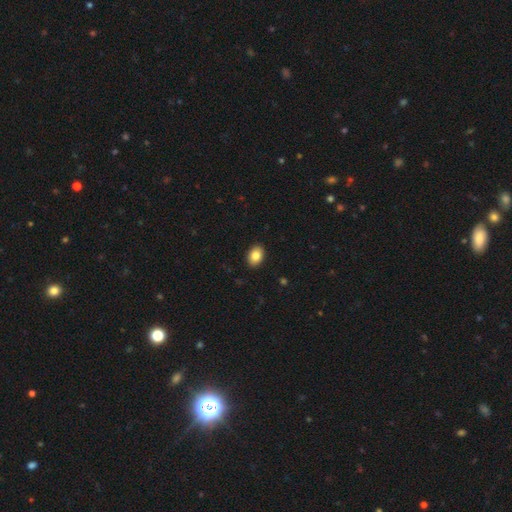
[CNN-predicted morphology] Smooth or featured?
  - smooth: 85% *
  - star or artifact: 8%
  - featured or disk: 7%
How rounded?
  - in between: 78% *
  - round: 21%
  - cigar-shaped: 1%
Merging?
  - none: 91% *
  - minor disturbance: 7%
  - major disturbance: 2%
  - merger: 1%